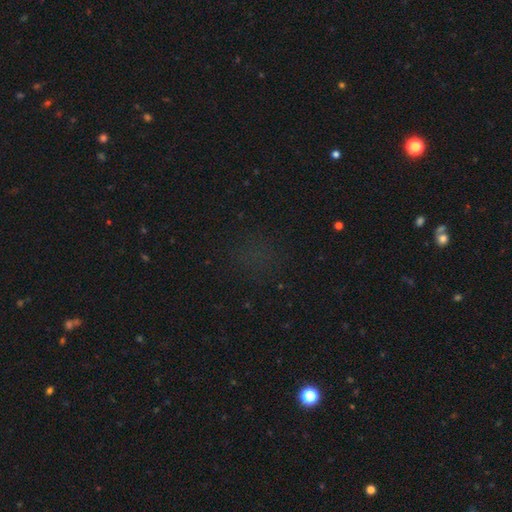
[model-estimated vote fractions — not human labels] Q: Smooth or featured?
A: star or artifact (55%); runner-up: smooth (34%)